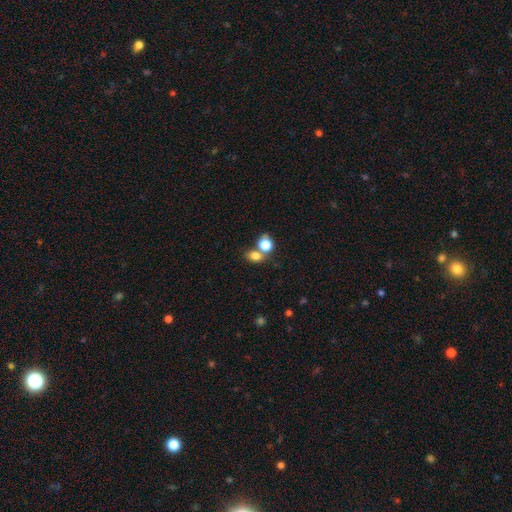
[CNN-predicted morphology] Smooth or featured: smooth — 78% (star or artifact — 13%)
How rounded: in between — 55% (round — 44%)
Merging: none — 45% (merger — 41%)